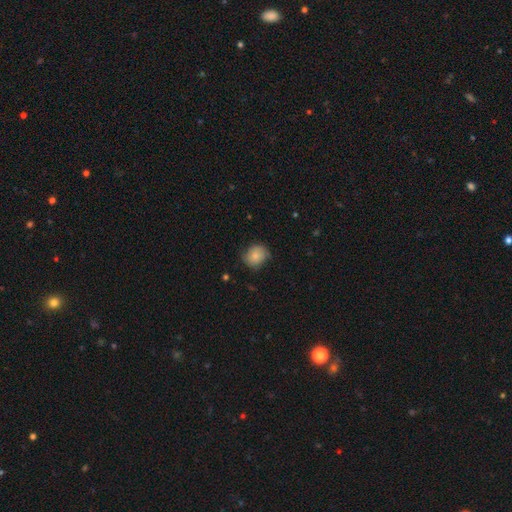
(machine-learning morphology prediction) Overall: smooth (81%). How rounded: round (68%; in between 31%). Merging: none (72%).